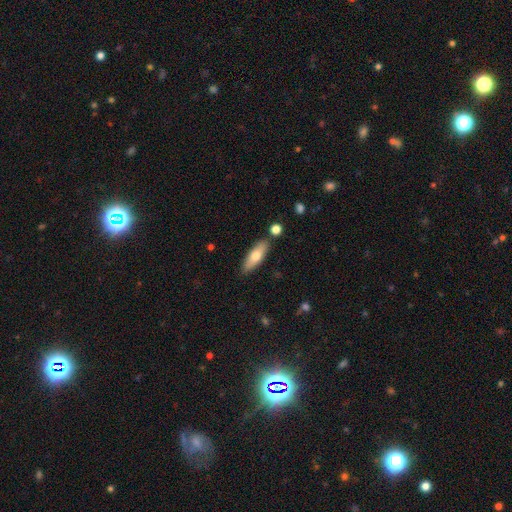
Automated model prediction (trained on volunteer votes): Smooth or featured?
  - smooth: 69% *
  - featured or disk: 25%
  - star or artifact: 6%
How rounded?
  - in between: 56% *
  - cigar-shaped: 42%
  - round: 2%
Merging?
  - none: 83% *
  - minor disturbance: 10%
  - merger: 5%
  - major disturbance: 2%